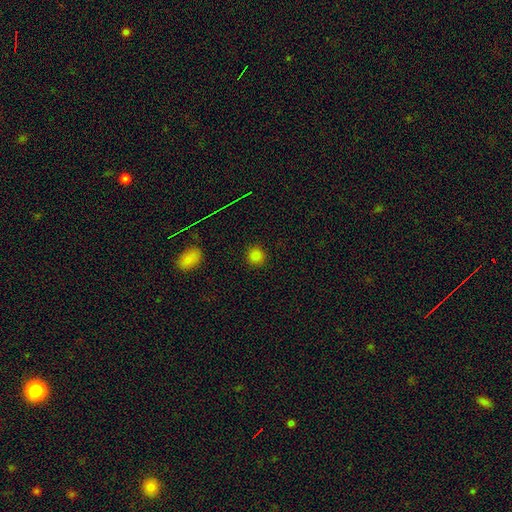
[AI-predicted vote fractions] smooth_or_featured: smooth (p=0.80) [alt: star or artifact p=0.16]
how_rounded: round (p=0.90) [alt: in between p=0.09]
merging: none (p=0.90) [alt: minor disturbance p=0.07]